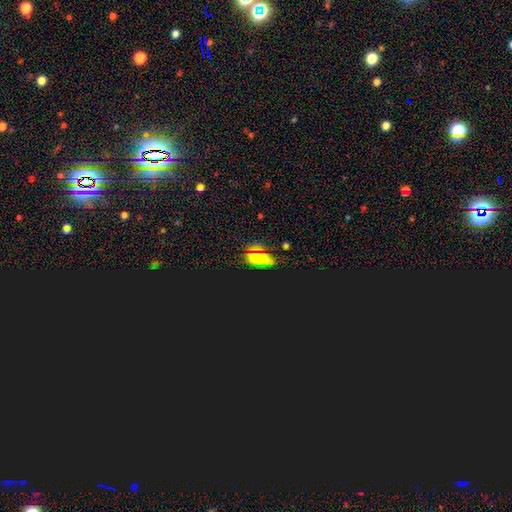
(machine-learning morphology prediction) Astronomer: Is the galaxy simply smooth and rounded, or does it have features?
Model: star or artifact — 64%.